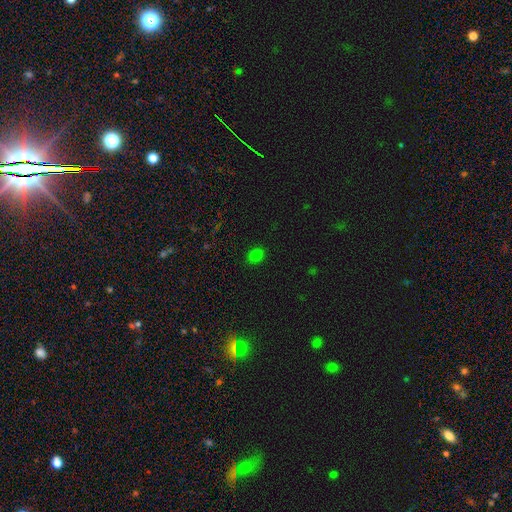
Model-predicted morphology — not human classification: This is likely a smooth galaxy (79%). How rounded: possibly in between (54%). Merging: clearly none (88%).